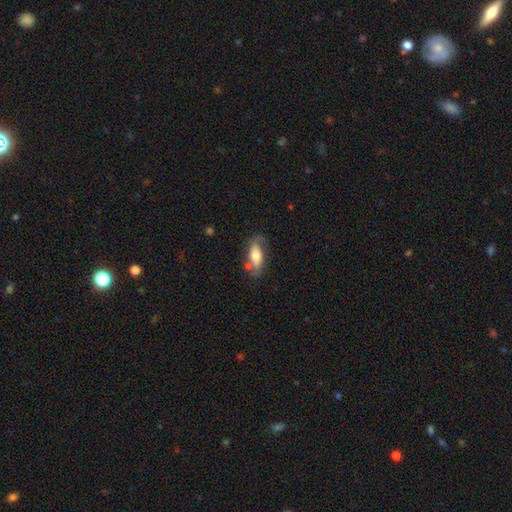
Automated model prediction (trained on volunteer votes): Smooth or featured: smooth — 52% (featured or disk — 41%)
How rounded: in between — 84% (cigar-shaped — 12%)
Merging: none — 58% (minor disturbance — 24%)